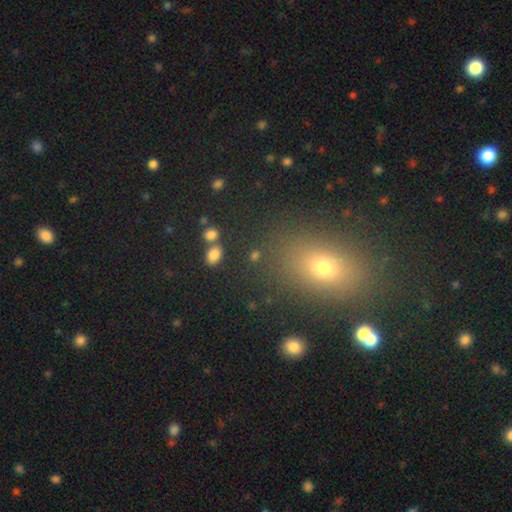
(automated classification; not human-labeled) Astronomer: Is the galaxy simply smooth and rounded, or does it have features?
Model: smooth — 68%.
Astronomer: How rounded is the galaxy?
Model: in between — 60% (runner-up: round, 36%).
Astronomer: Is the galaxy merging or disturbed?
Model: none — 79%.